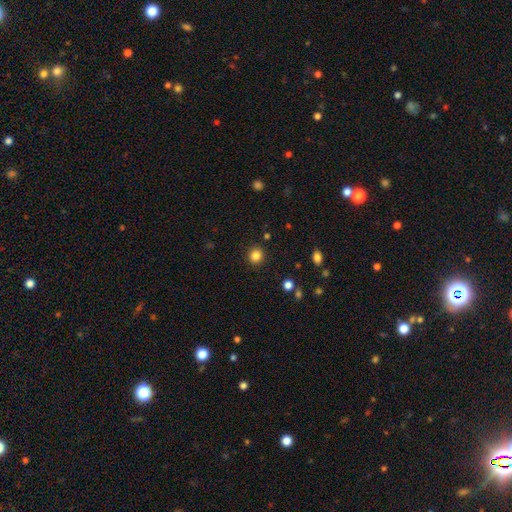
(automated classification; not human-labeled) The model was most divided on "smooth or featured": smooth: 84%, star or artifact: 12%, featured or disk: 4%. More confident: how rounded — round (90%); merging — none (90%).